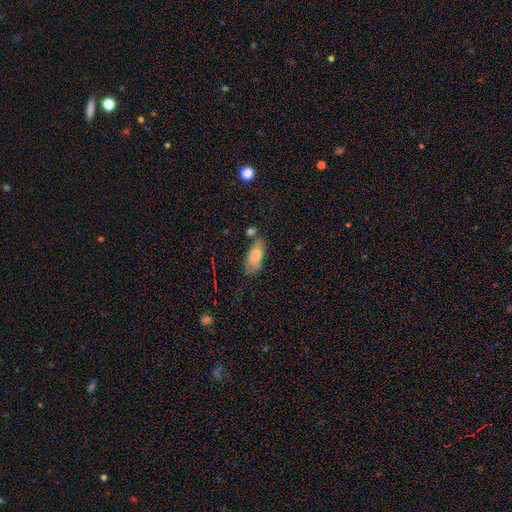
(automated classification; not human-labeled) Smooth or featured? smooth (74%)
How rounded? in between (84%)
Merging? none (54%)